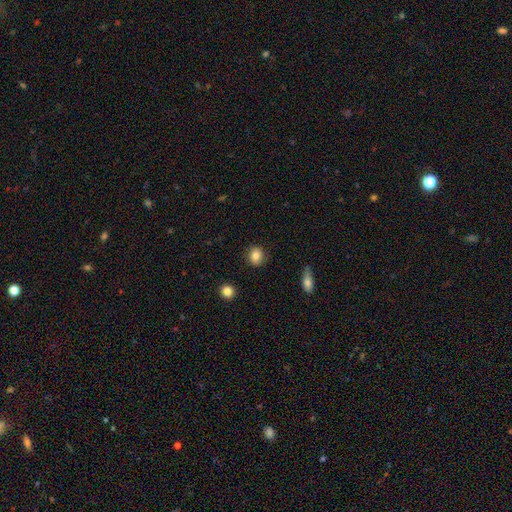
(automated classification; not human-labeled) Smooth or featured? smooth (83%)
How rounded? round (81%)
Merging? none (89%)